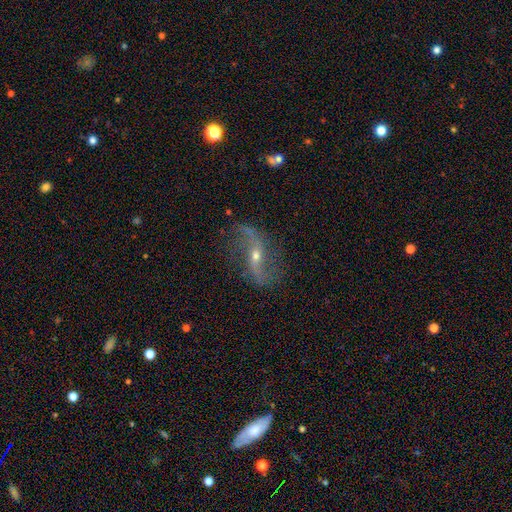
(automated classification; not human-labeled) Smooth or featured?
  - featured or disk: 82% *
  - star or artifact: 10%
  - smooth: 8%
Edge-on disk?
  - no: 92% *
  - yes: 8%
Bar?
  - weak: 36% *
  - no: 32%
  - strong: 32%
Spiral arms?
  - yes: 93% *
  - no: 7%
Spiral winding?
  - loose: 83% *
  - medium: 12%
  - tight: 5%
Spiral arm count?
  - 2: 90% *
  - can't tell: 3%
  - 1: 3%
  - 3: 1%
  - 4: 1%
  - more than 4: 1%
Bulge size?
  - small: 53% *
  - moderate: 42%
  - large: 2%
  - none: 2%
  - dominant: 1%
Merging?
  - none: 76% *
  - minor disturbance: 14%
  - major disturbance: 8%
  - merger: 2%